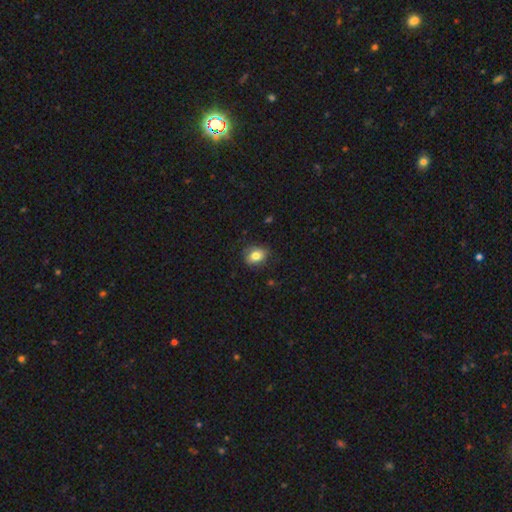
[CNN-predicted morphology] smooth-or-featured: smooth: 79% | featured or disk: 12% | star or artifact: 8%
  how-rounded: in between: 61% | round: 37% | cigar-shaped: 1%
  merging: none: 74% | minor disturbance: 20% | major disturbance: 5% | merger: 1%